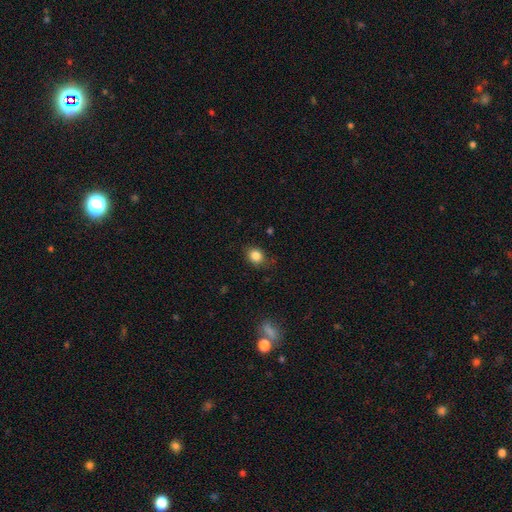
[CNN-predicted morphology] smooth-or-featured: smooth: 84% | star or artifact: 10% | featured or disk: 5%
  how-rounded: round: 60% | in between: 39% | cigar-shaped: 1%
  merging: none: 79% | minor disturbance: 16% | major disturbance: 4% | merger: 1%